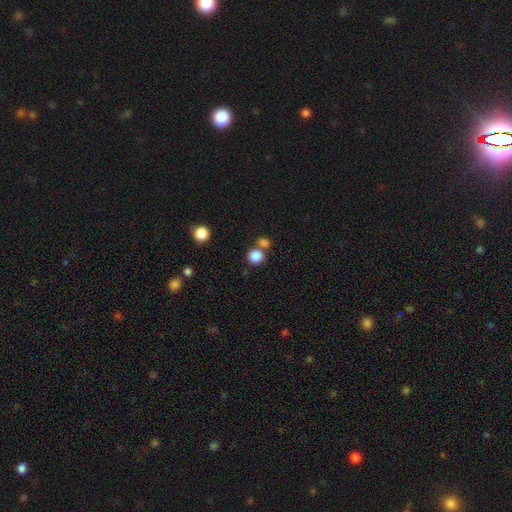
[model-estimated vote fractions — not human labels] This appears to be a smooth galaxy with no disk features (85%) that is round (88%). Merging: none (62%).